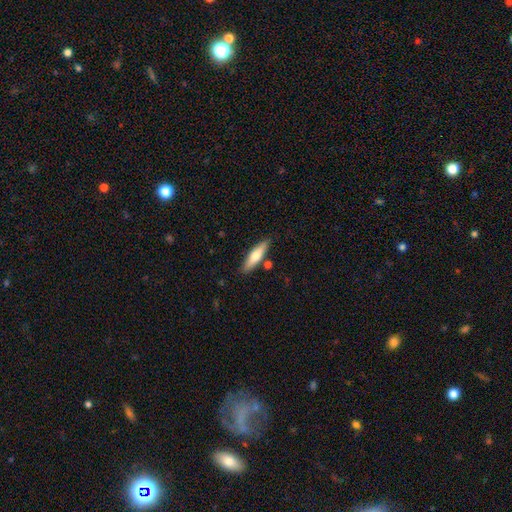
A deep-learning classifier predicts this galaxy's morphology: A smooth galaxy with no disk features (61%) that is cigar-shaped (69%). Merging: none (83%).